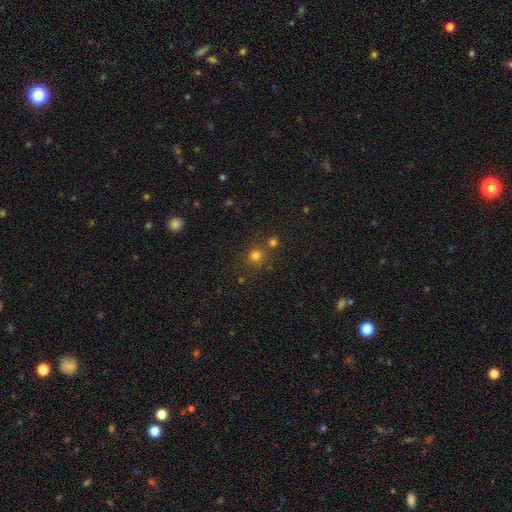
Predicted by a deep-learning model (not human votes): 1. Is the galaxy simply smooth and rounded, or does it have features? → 71% smooth, 21% star or artifact, 7% featured or disk.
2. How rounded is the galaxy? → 88% round, 11% in between, 1% cigar-shaped.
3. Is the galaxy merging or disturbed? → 71% none, 17% merger, 9% minor disturbance, 4% major disturbance.